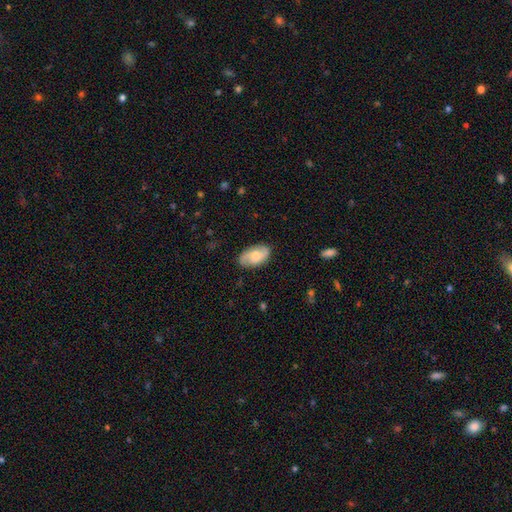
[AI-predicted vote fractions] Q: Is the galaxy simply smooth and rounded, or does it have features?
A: featured or disk — 51%.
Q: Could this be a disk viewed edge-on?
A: no — 94%.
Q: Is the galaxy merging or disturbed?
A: none — 81%.